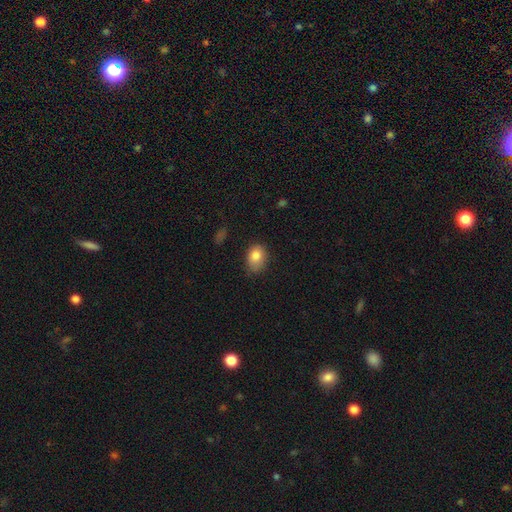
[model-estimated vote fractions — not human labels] smooth-or-featured: smooth: 82% | star or artifact: 9% | featured or disk: 8%
  how-rounded: in between: 69% | round: 30% | cigar-shaped: 1%
  merging: none: 64% | minor disturbance: 28% | major disturbance: 6% | merger: 2%